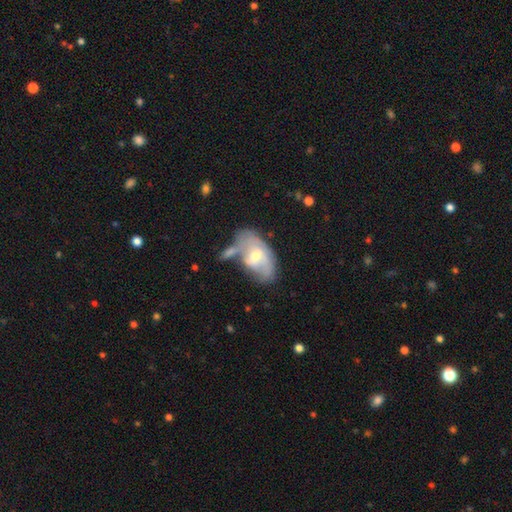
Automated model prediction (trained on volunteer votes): A featured or disk galaxy (56%) with no bar (60%), spiral arms (57%) and a moderate central bulge (61%).

Vote fractions:
- Smooth or featured? featured or disk: 56% / smooth: 38% / star or artifact: 6%
- Edge-on disk? no: 92% / yes: 8%
- Bar? no: 60% / weak: 34% / strong: 7%
- Spiral arms? yes: 57% / no: 43%
- Bulge size? moderate: 61% / small: 33% / large: 4% / none: 1% / dominant: 1%
- Merging? none: 33% / merger: 30% / minor disturbance: 23% / major disturbance: 15%